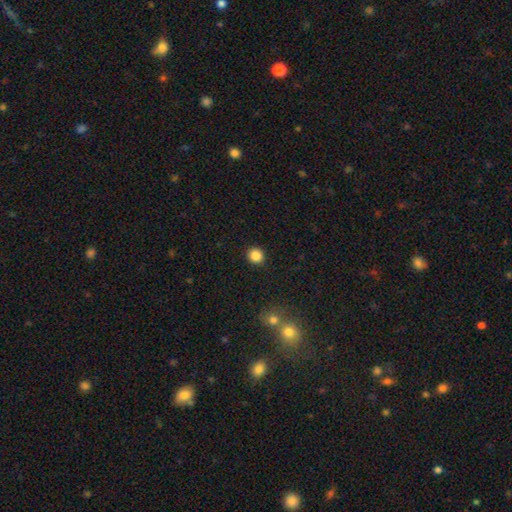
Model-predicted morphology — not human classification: smooth 87%, star or artifact 11%, featured or disk 3%. Down the decision tree: how rounded — round (88%); merging — none (91%).